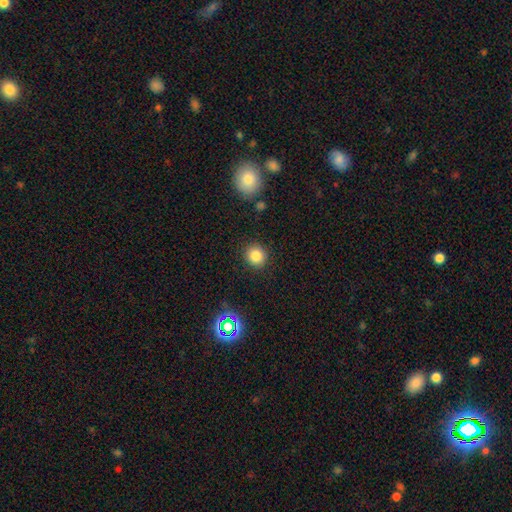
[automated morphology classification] A smooth galaxy with no disk features (82%) that is round (87%).

Vote fractions:
- Smooth or featured? smooth: 82% / star or artifact: 12% / featured or disk: 5%
- How rounded? round: 87% / in between: 12% / cigar-shaped: 1%
- Merging? none: 89% / minor disturbance: 7% / major disturbance: 3% / merger: 2%